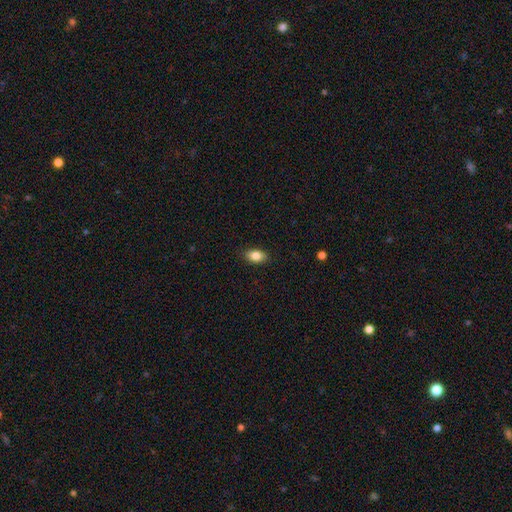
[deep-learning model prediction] A smooth galaxy with no disk features (84%) that is in between round and cigar-shaped (89%).

Vote fractions:
- Smooth or featured? smooth: 84% / featured or disk: 8% / star or artifact: 8%
- How rounded? in between: 89% / round: 8% / cigar-shaped: 3%
- Merging? none: 88% / minor disturbance: 9% / major disturbance: 2% / merger: 1%